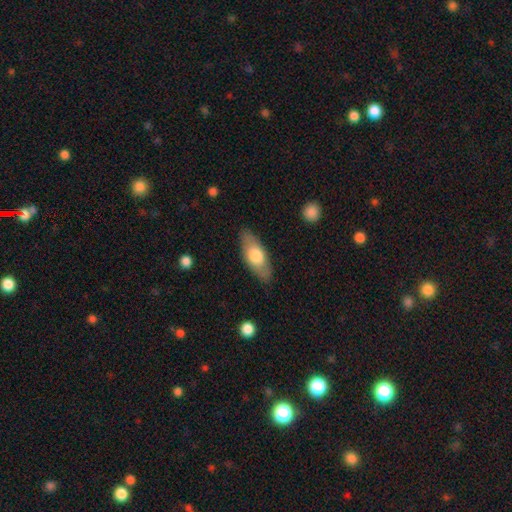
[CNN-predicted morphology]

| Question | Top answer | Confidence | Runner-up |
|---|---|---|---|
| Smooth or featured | smooth | 67% | featured or disk (28%) |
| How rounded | in between | 78% | cigar-shaped (19%) |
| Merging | none | 84% | minor disturbance (12%) |